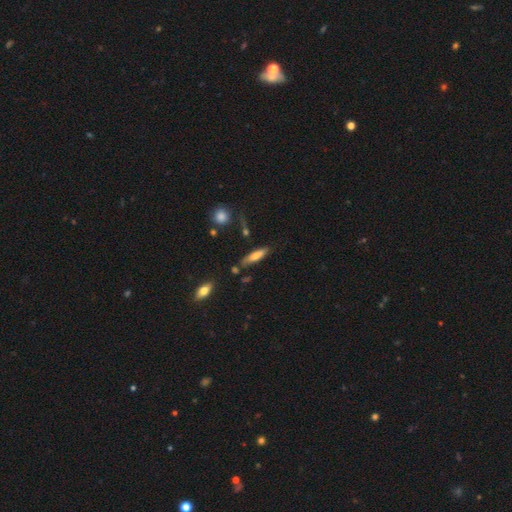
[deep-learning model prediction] Smooth or featured?
  - smooth: 66% *
  - featured or disk: 26%
  - star or artifact: 7%
How rounded?
  - cigar-shaped: 67% *
  - in between: 30%
  - round: 2%
Merging?
  - none: 73% *
  - minor disturbance: 17%
  - merger: 6%
  - major disturbance: 4%